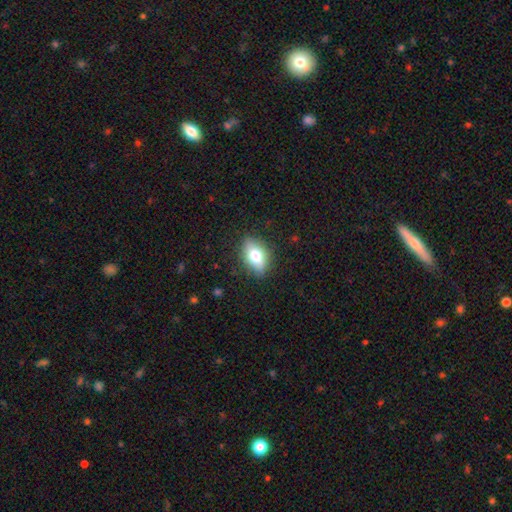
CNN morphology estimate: smooth_or_featured: smooth (p=0.69) [alt: featured or disk p=0.23]
how_rounded: in between (p=0.82) [alt: round p=0.13]
merging: none (p=0.83) [alt: minor disturbance p=0.13]